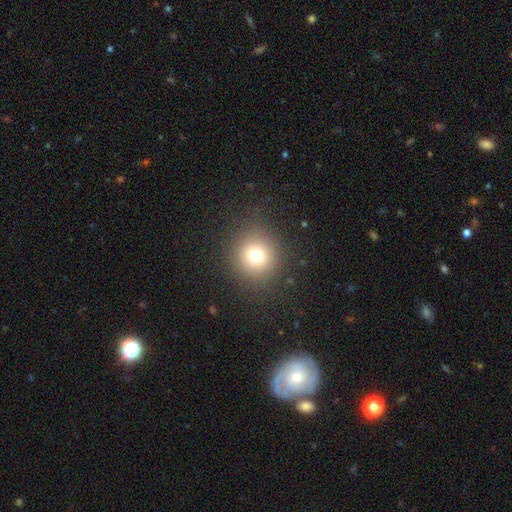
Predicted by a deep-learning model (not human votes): Q: Smooth or featured?
A: smooth (75%); runner-up: star or artifact (16%)
Q: How rounded?
A: round (92%); runner-up: in between (7%)
Q: Merging?
A: none (88%); runner-up: minor disturbance (7%)